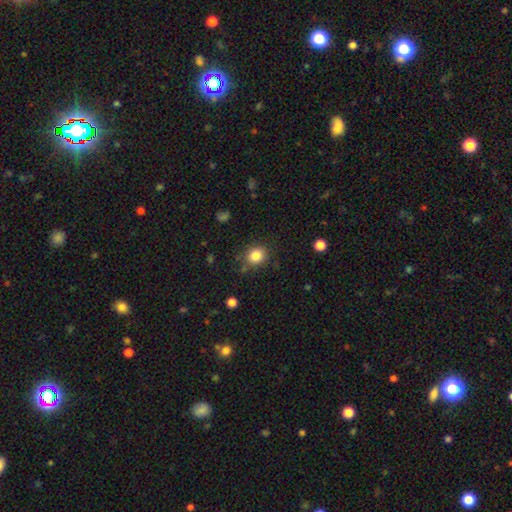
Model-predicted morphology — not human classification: This is clearly a smooth galaxy (84%). How rounded: likely round (71%). Merging: clearly none (81%).